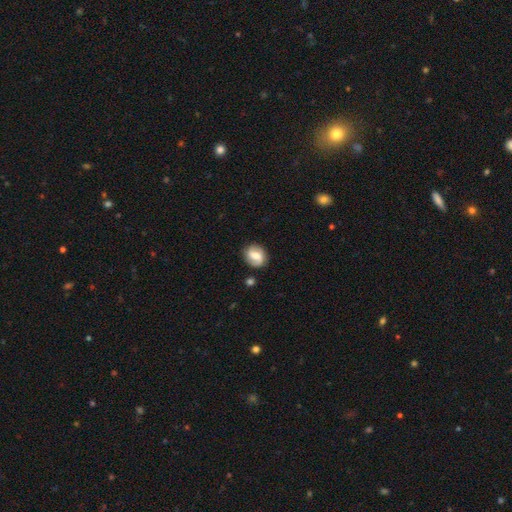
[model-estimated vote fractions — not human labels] smooth-or-featured: featured or disk: 48% | smooth: 44% | star or artifact: 8%
  merging: none: 77% | minor disturbance: 16% | major disturbance: 4% | merger: 3%